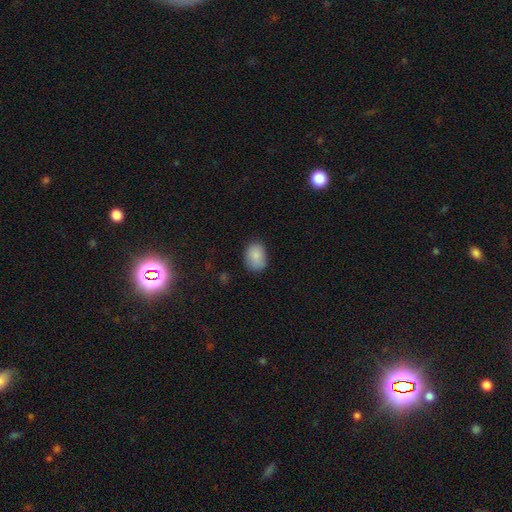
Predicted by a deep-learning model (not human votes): Smooth or featured?
  - smooth: 86% *
  - star or artifact: 8%
  - featured or disk: 6%
How rounded?
  - in between: 66% *
  - round: 33%
  - cigar-shaped: 1%
Merging?
  - none: 71% *
  - minor disturbance: 23%
  - major disturbance: 5%
  - merger: 2%